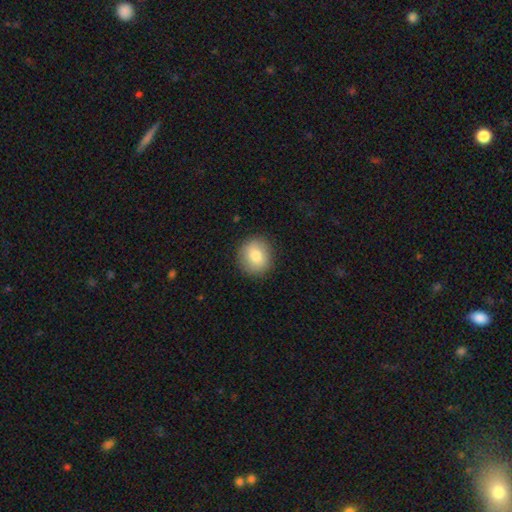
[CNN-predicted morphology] A smooth galaxy with no disk features (80%) that is round (84%). Merging: none (89%).